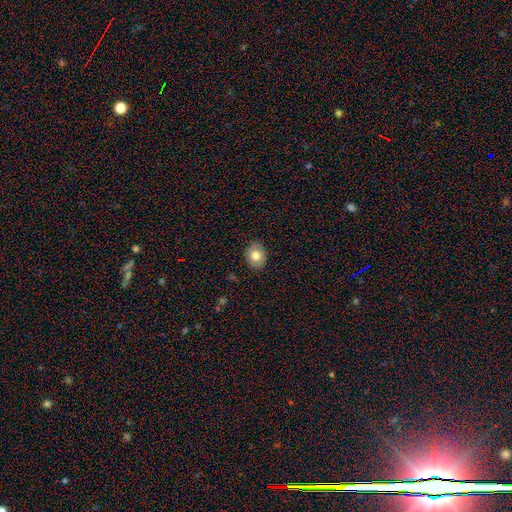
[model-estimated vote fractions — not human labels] A smooth galaxy with no disk features (77%) that is in between round and cigar-shaped (54%).

Vote fractions:
- Smooth or featured? smooth: 77% / featured or disk: 15% / star or artifact: 8%
- How rounded? in between: 54% / round: 45% / cigar-shaped: 1%
- Merging? none: 87% / minor disturbance: 10% / major disturbance: 2% / merger: 1%